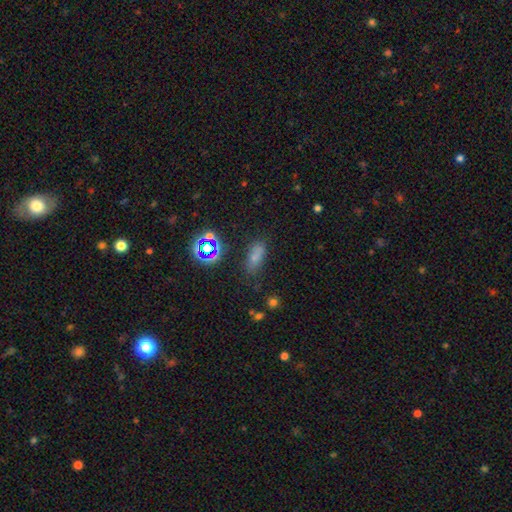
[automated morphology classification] Smooth or featured? Predicted: smooth (p=0.66). How rounded? Predicted: in between (p=0.76). Merging? Predicted: none (p=0.71).